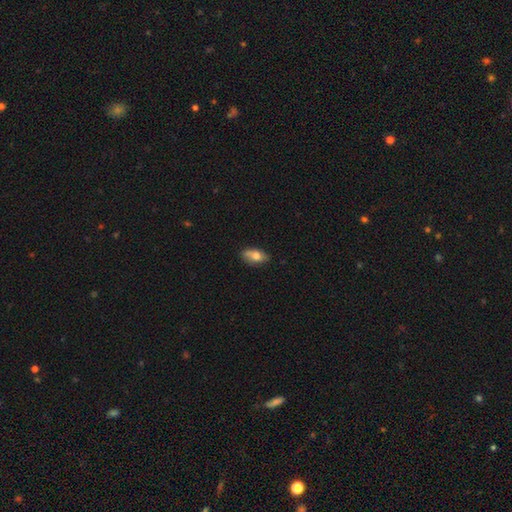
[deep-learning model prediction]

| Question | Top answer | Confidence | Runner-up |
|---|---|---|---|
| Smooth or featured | smooth | 69% | featured or disk (24%) |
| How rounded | in between | 87% | cigar-shaped (7%) |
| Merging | none | 74% | minor disturbance (19%) |